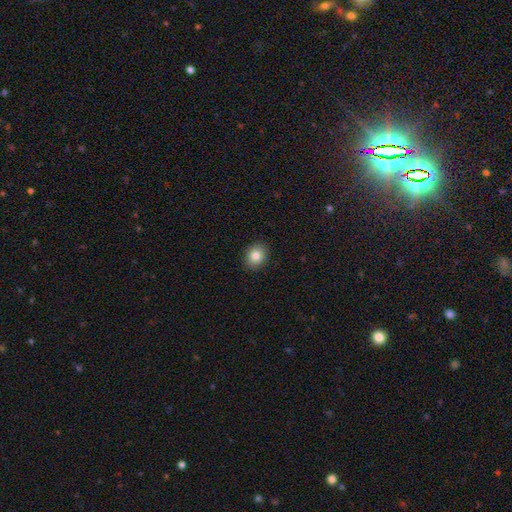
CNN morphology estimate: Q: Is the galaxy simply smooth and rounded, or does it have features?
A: smooth — 84%.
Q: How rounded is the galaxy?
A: round — 60%.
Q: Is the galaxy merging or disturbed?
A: none — 90%.